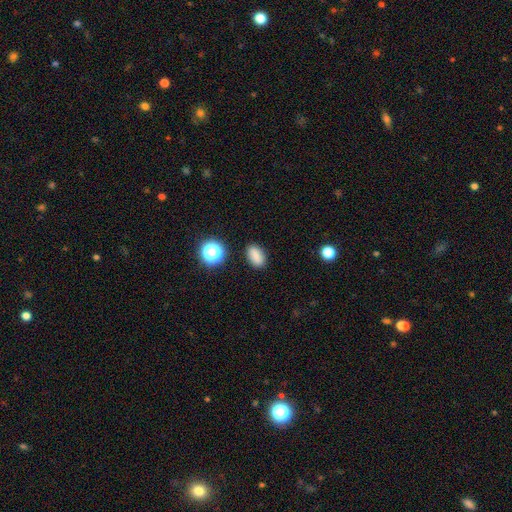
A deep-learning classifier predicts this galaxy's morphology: This is clearly a smooth galaxy (84%). How rounded: clearly in between (87%). Merging: clearly none (86%).